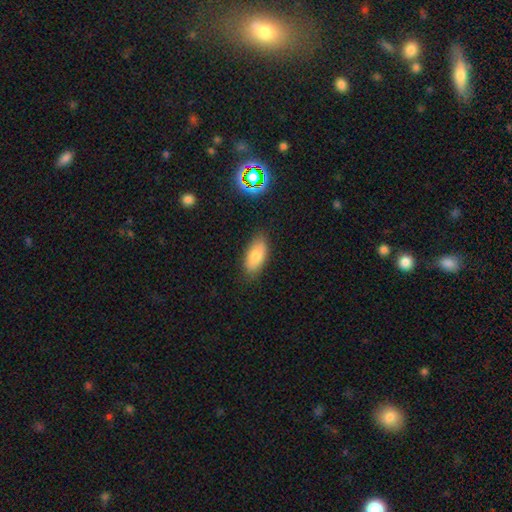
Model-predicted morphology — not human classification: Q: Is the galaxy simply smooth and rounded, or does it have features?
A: smooth — 78%.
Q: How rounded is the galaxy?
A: in between — 89%.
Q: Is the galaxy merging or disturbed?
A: none — 83%.